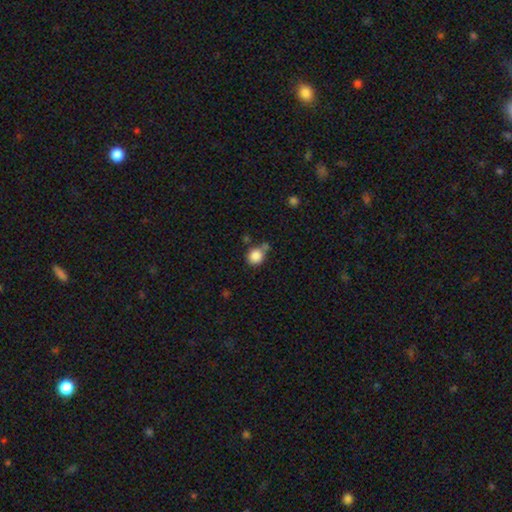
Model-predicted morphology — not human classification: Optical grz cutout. It shows a smooth galaxy with no disk features (86%) that is round (81%). Merging: none (57%).